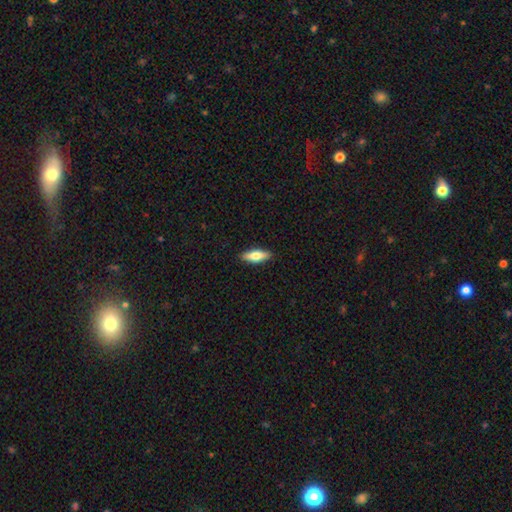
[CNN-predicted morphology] smooth 62%, featured or disk 32%, star or artifact 6%. Down the decision tree: how rounded — in between (55%); merging — none (90%).